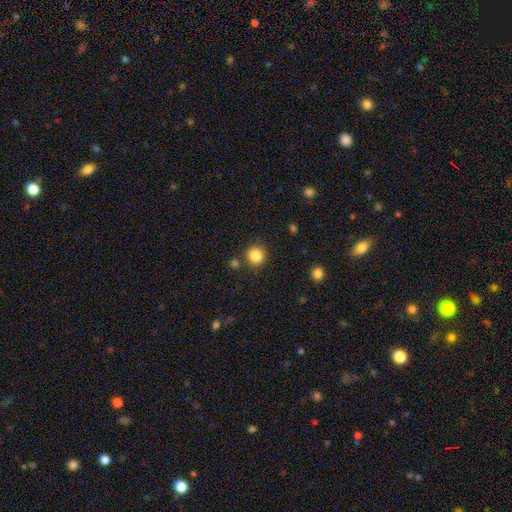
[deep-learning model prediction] A smooth galaxy with no disk features (85%) that is round (90%). Merging: none (83%).